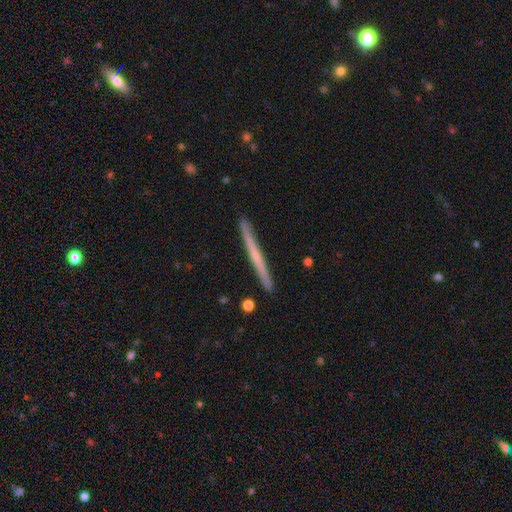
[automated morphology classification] smooth_or_featured: featured or disk (p=0.52) [alt: smooth p=0.42]
disk_edge_on: yes (p=0.98) [alt: no p=0.02]
edge_on_bulge: none (p=0.79) [alt: rounded p=0.16]
merging: none (p=0.91) [alt: minor disturbance p=0.06]